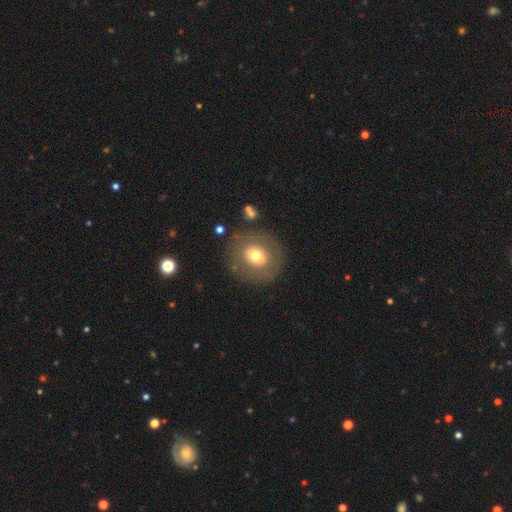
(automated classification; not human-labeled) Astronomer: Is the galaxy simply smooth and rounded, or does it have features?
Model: smooth — 59%.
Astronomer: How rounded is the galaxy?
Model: round — 78%.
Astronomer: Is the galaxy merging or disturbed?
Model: none — 80%.